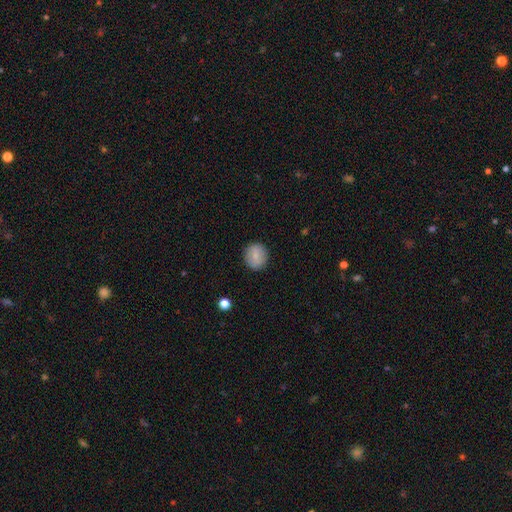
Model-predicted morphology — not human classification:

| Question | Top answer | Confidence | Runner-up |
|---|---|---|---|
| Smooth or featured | smooth | 76% | featured or disk (16%) |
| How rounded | round | 82% | in between (17%) |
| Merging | none | 89% | minor disturbance (8%) |